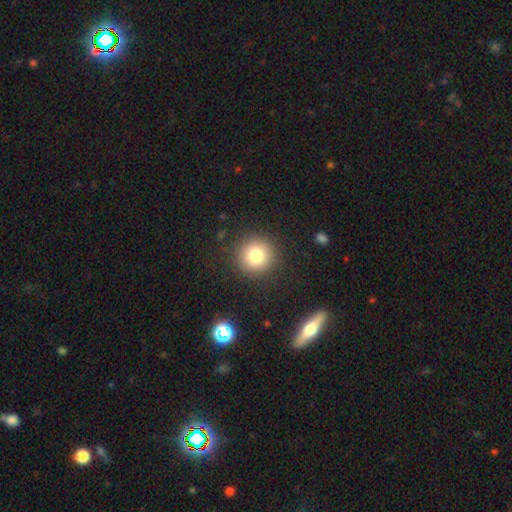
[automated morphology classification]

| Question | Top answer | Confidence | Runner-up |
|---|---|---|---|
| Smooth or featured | smooth | 79% | star or artifact (13%) |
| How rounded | round | 94% | in between (5%) |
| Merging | none | 90% | minor disturbance (6%) |